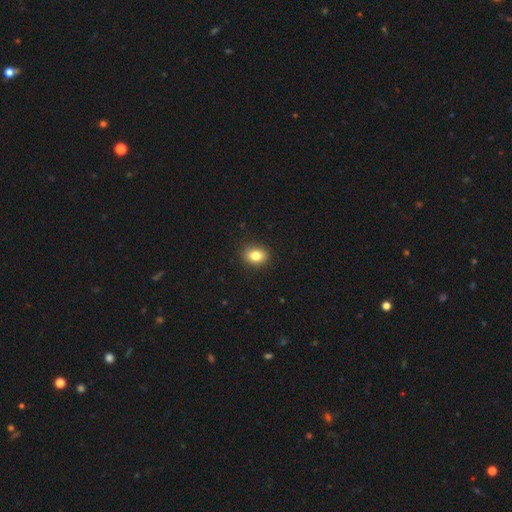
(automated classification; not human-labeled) Overall: smooth (82%). How rounded: in between (59%; round 40%). Merging: none (89%).